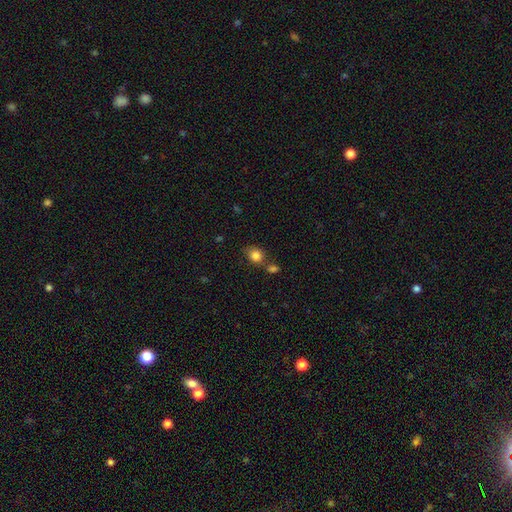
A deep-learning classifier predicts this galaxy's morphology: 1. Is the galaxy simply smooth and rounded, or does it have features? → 84% smooth, 10% star or artifact, 6% featured or disk.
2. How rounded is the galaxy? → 61% round, 38% in between, 1% cigar-shaped.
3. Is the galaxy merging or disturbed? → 60% none, 19% merger, 16% minor disturbance, 5% major disturbance.